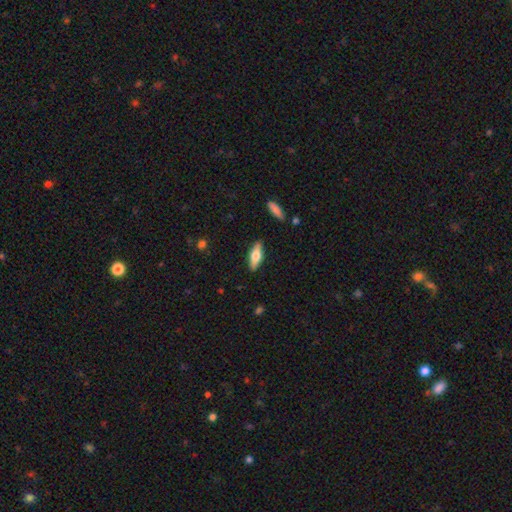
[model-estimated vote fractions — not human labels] Smooth or featured? Predicted: smooth (p=0.54). How rounded? Predicted: in between (p=0.55). Merging? Predicted: none (p=0.88).